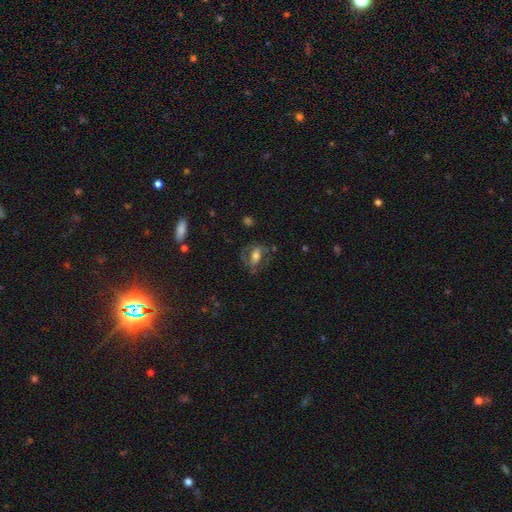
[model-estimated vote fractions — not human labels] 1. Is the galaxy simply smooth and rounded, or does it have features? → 60% featured or disk, 32% smooth, 9% star or artifact.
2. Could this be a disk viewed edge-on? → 94% no, 6% yes.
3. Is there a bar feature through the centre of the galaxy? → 37% no, 35% weak, 28% strong.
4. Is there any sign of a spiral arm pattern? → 74% yes, 26% no.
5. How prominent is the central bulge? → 54% moderate, 21% large, 20% small, 3% none, 2% dominant.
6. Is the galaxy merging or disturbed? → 58% none, 20% major disturbance, 20% minor disturbance, 2% merger.